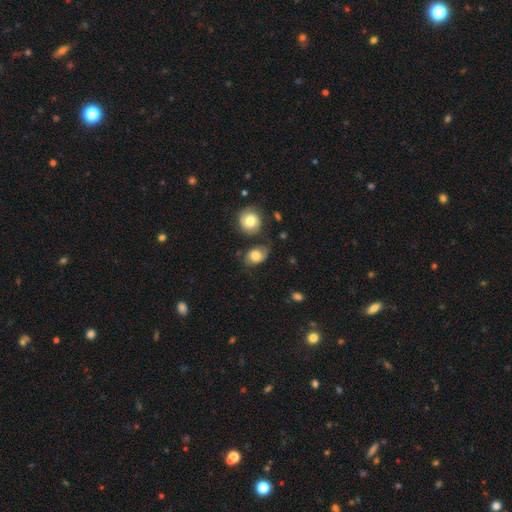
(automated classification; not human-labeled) This appears to be a smooth galaxy with no disk features (64%) that is in between round and cigar-shaped (61%). Merging: none (54%).